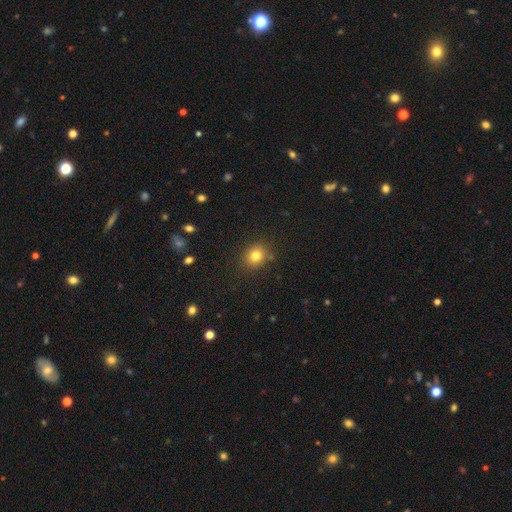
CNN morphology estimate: Smooth or featured? smooth (81%)
How rounded? round (75%)
Merging? none (86%)